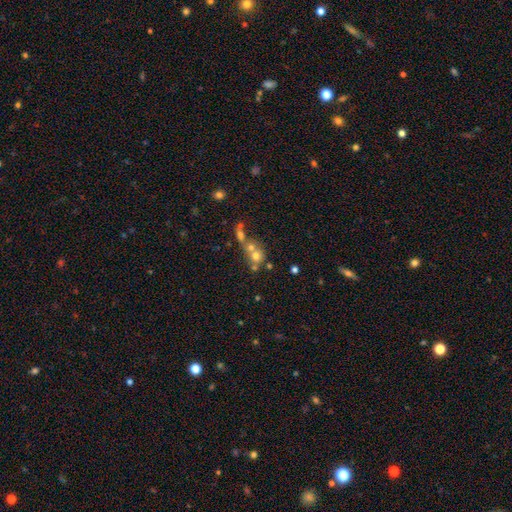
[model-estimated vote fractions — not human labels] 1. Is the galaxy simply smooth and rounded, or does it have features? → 60% smooth, 24% featured or disk, 16% star or artifact.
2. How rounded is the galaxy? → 76% round, 23% in between, 2% cigar-shaped.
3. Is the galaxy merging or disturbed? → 59% merger, 29% none, 7% minor disturbance, 6% major disturbance.